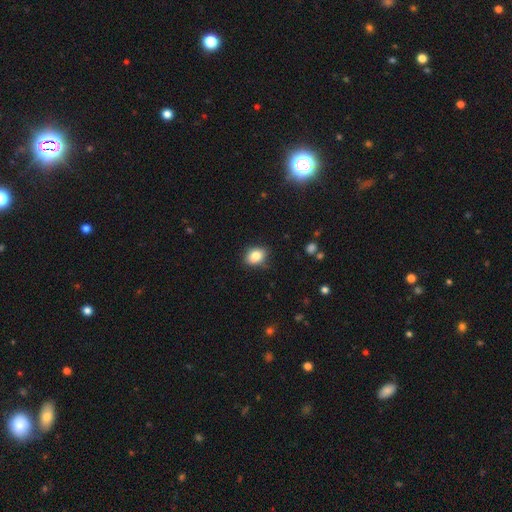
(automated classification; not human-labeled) smooth-or-featured: smooth: 83% | star or artifact: 9% | featured or disk: 8%
  how-rounded: in between: 58% | round: 41% | cigar-shaped: 1%
  merging: none: 82% | minor disturbance: 14% | major disturbance: 3% | merger: 1%